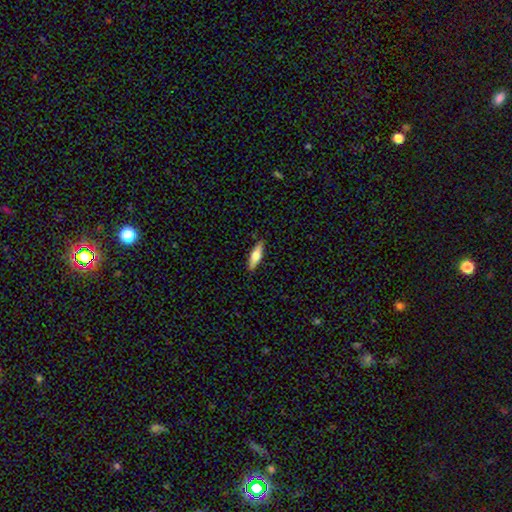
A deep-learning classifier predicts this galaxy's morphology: This is likely a smooth galaxy (61%). How rounded: possibly cigar-shaped (55%). Merging: clearly none (88%).